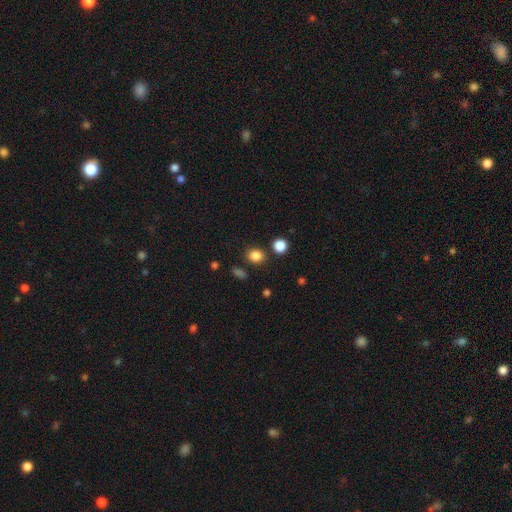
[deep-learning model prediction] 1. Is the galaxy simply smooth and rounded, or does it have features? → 84% smooth, 12% star or artifact, 4% featured or disk.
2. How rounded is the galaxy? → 63% round, 36% in between, 1% cigar-shaped.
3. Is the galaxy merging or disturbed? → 82% none, 8% minor disturbance, 7% merger, 3% major disturbance.